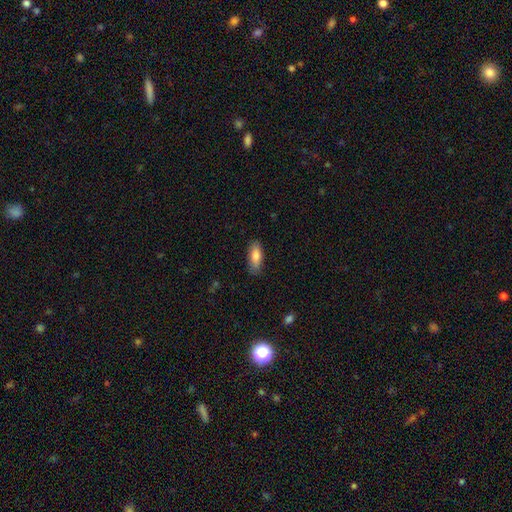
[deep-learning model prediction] Q: Smooth or featured?
A: smooth (84%); runner-up: featured or disk (10%)
Q: How rounded?
A: in between (75%); runner-up: cigar-shaped (23%)
Q: Merging?
A: none (83%); runner-up: minor disturbance (13%)